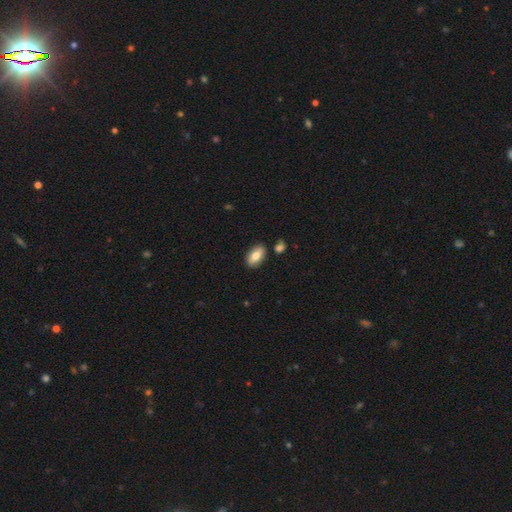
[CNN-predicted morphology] smooth_or_featured: smooth (p=0.78) [alt: featured or disk p=0.15]
how_rounded: in between (p=0.91) [alt: cigar-shaped p=0.05]
merging: none (p=0.83) [alt: minor disturbance p=0.10]